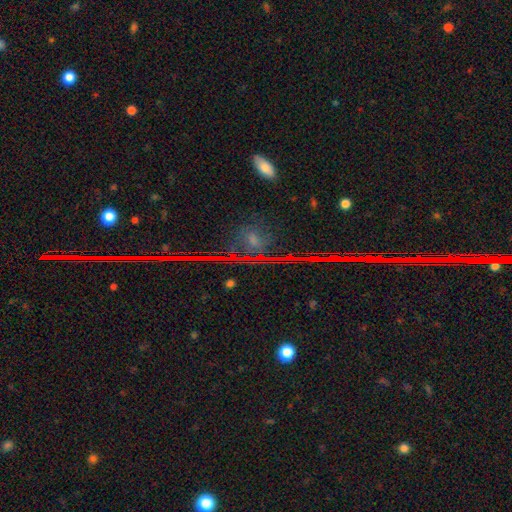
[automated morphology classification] Smooth or featured? Predicted: star or artifact (p=0.82).